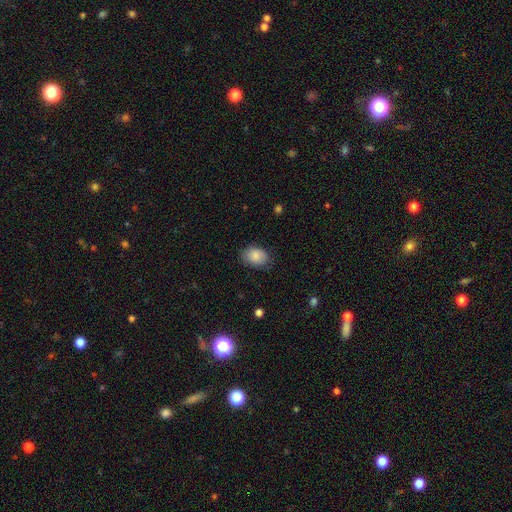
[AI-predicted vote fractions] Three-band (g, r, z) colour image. It shows a smooth galaxy with no disk features (84%) that is in between round and cigar-shaped (78%). Merging: none (75%).